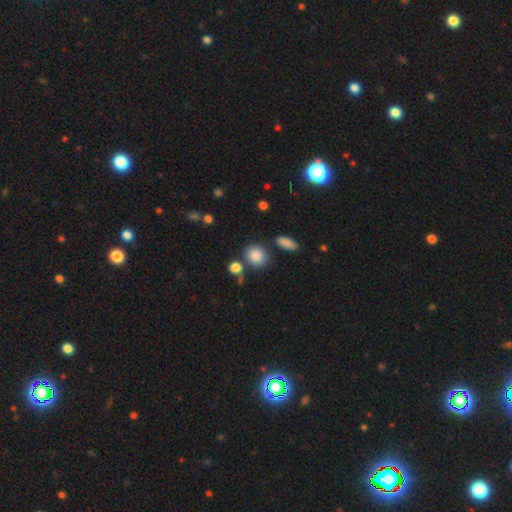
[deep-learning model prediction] A smooth galaxy with no disk features (86%) that is round (74%).

Vote fractions:
- Smooth or featured? smooth: 86% / star or artifact: 9% / featured or disk: 5%
- How rounded? round: 74% / in between: 24% / cigar-shaped: 1%
- Merging? none: 76% / minor disturbance: 10% / merger: 10% / major disturbance: 4%